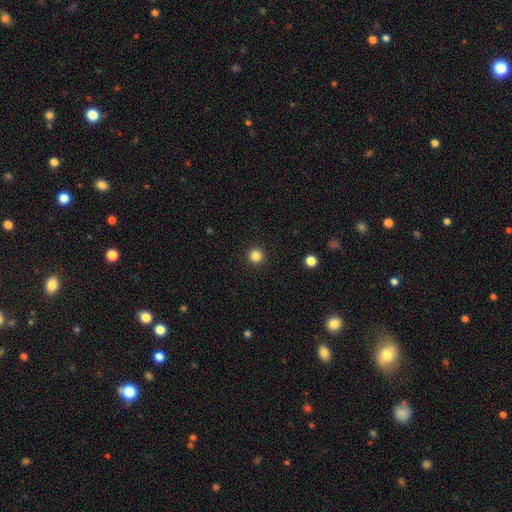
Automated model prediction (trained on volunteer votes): Q: Smooth or featured?
A: smooth (83%); runner-up: star or artifact (13%)
Q: How rounded?
A: round (96%); runner-up: in between (3%)
Q: Merging?
A: none (94%); runner-up: minor disturbance (4%)